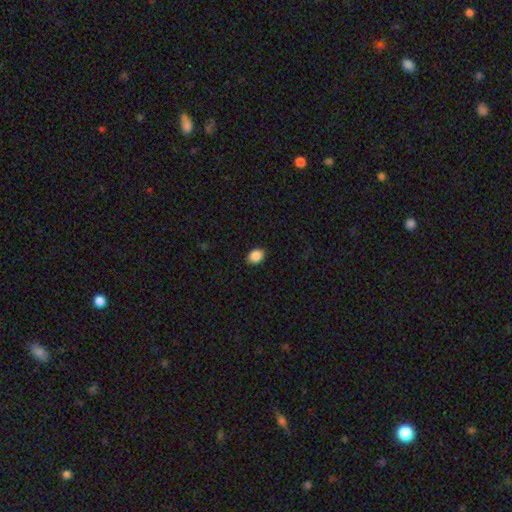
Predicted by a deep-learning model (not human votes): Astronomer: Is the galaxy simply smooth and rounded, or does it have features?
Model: smooth — 88%.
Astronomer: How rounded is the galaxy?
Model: in between — 67%.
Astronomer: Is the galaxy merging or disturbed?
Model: none — 89%.